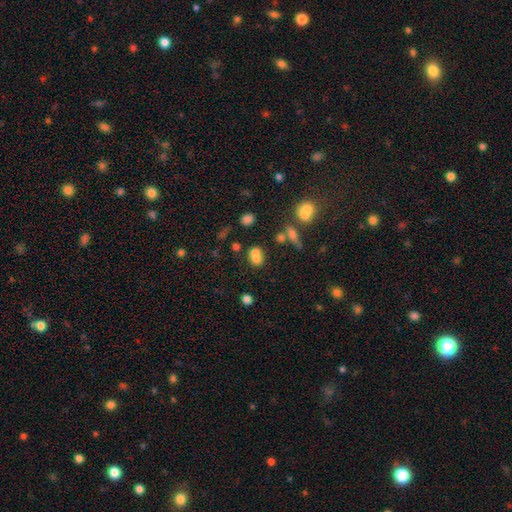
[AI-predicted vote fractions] This is likely a smooth galaxy (70%). How rounded: possibly in between (49%). Merging: possibly merger (54%).